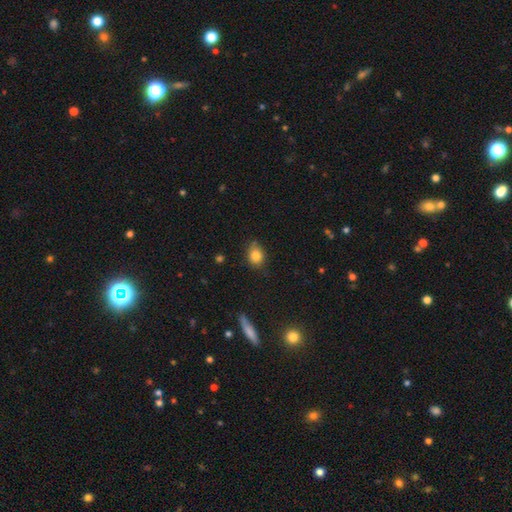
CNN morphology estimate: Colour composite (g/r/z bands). It shows a smooth galaxy with no disk features (83%) that is in between round and cigar-shaped (52%). Merging: none (73%).